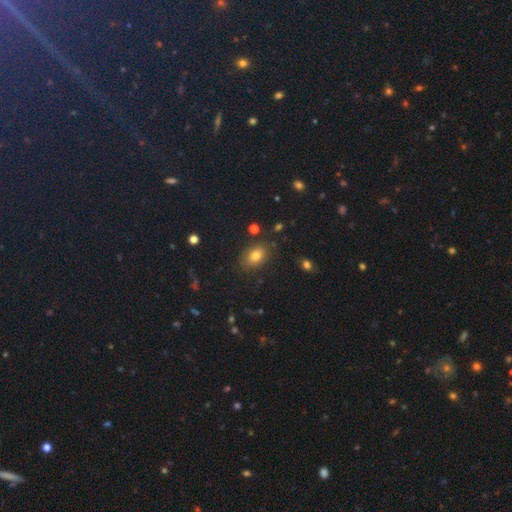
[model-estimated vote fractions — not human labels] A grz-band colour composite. It shows a smooth galaxy with no disk features (78%) that is in between round and cigar-shaped (79%). Merging: none (83%).